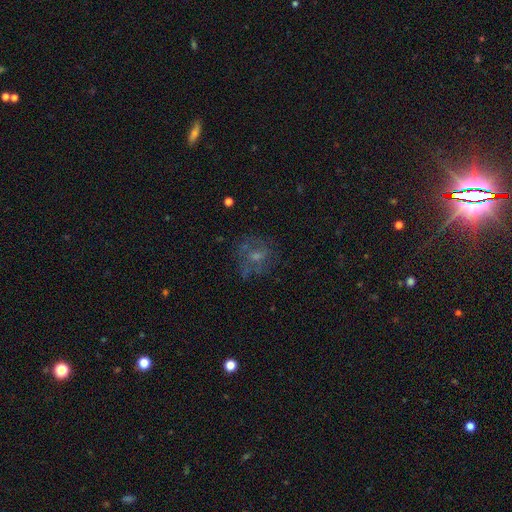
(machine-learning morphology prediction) This is possibly a featured or disk galaxy (46%). Merging: likely none (61%).